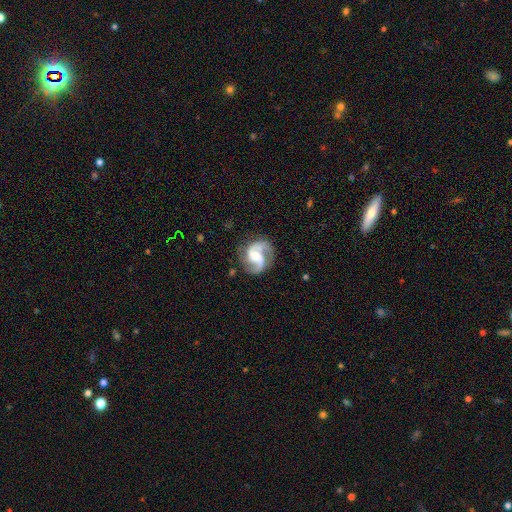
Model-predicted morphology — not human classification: smooth_or_featured: featured or disk (p=0.90) [alt: smooth p=0.06]
disk_edge_on: no (p=0.98) [alt: yes p=0.02]
bar: no (p=0.49) [alt: weak p=0.39]
has_spiral_arms: yes (p=0.98) [alt: no p=0.02]
spiral_winding: medium (p=0.58) [alt: loose p=0.22]
spiral_arm_count: 2 (p=0.90) [alt: 3 p=0.04]
bulge_size: moderate (p=0.56) [alt: small p=0.33]
merging: none (p=0.77) [alt: minor disturbance p=0.15]